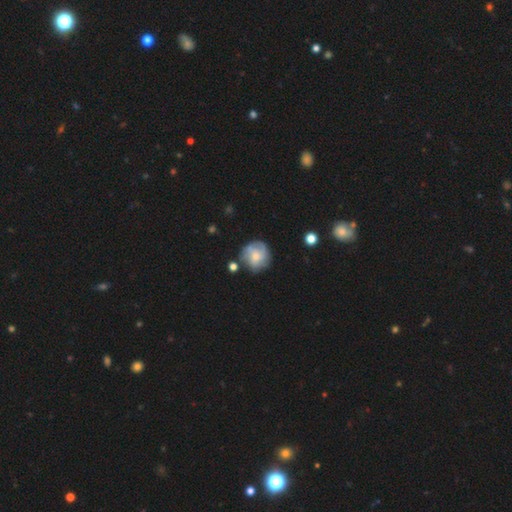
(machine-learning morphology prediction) Smooth or featured?
  - smooth: 49% *
  - featured or disk: 43%
  - star or artifact: 7%
Merging?
  - none: 67% *
  - minor disturbance: 20%
  - major disturbance: 8%
  - merger: 5%